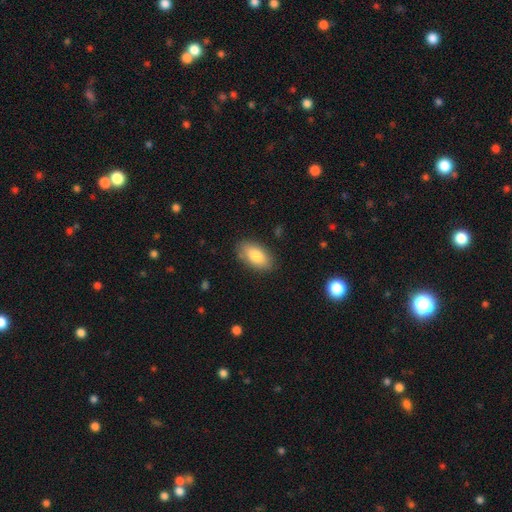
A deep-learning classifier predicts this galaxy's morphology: A smooth galaxy with no disk features (83%) that is in between round and cigar-shaped (92%). Merging: none (85%).